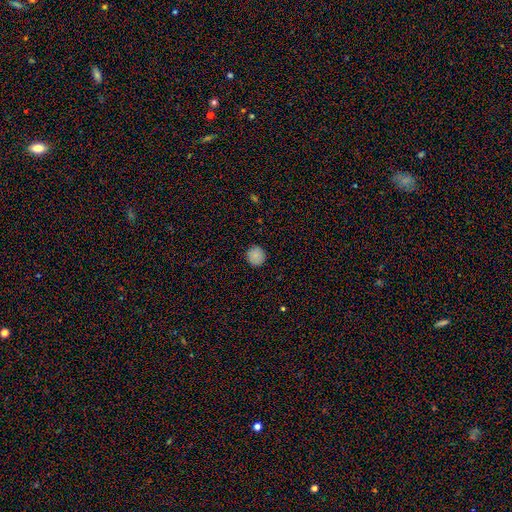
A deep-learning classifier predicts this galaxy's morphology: Smooth or featured: smooth — 86% (star or artifact — 9%)
How rounded: round — 91% (in between — 8%)
Merging: none — 90% (minor disturbance — 8%)